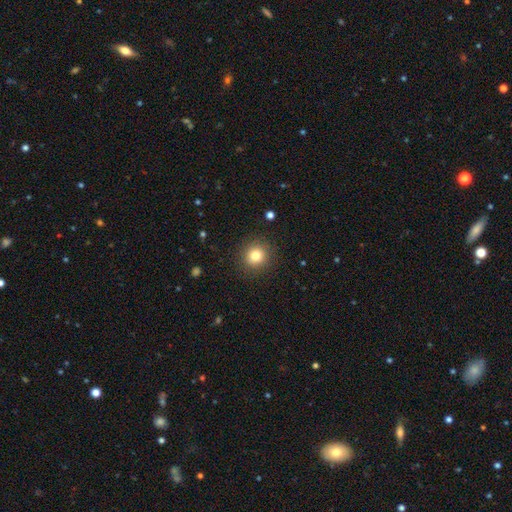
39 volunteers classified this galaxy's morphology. Smooth or featured? 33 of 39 (85%) said smooth. How rounded? 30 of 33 (91%) said round. Merging? 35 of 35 (100%) said none.